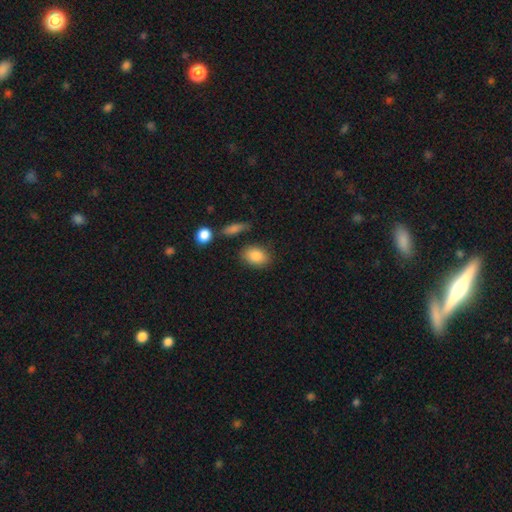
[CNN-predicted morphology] A smooth galaxy with no disk features (86%) that is in between round and cigar-shaped (78%). Merging: none (79%).